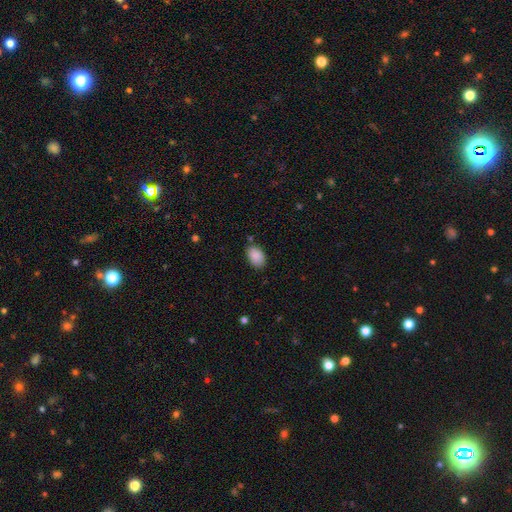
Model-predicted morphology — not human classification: This appears to be a smooth galaxy with no disk features (89%) that is in between round and cigar-shaped (89%). Merging: none (79%).